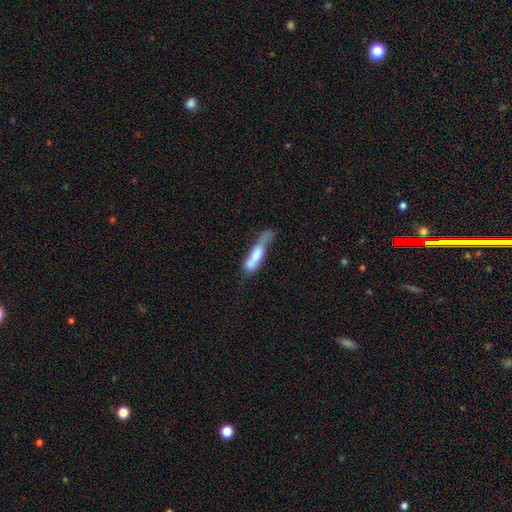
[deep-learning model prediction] A smooth galaxy with no disk features (56%) that is cigar-shaped (74%). Merging: none (27%).